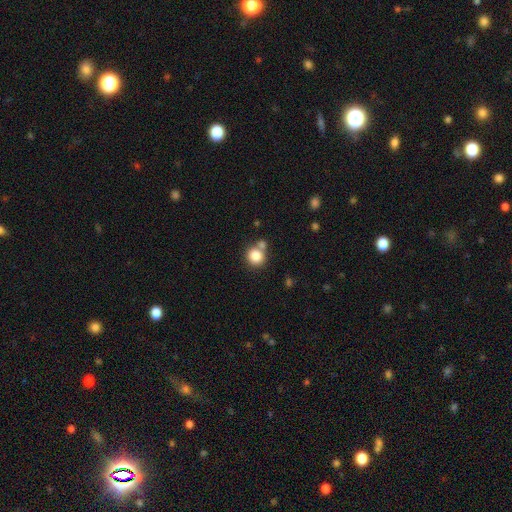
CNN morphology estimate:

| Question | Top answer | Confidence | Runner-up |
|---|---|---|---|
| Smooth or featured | smooth | 83% | star or artifact (10%) |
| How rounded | round | 88% | in between (11%) |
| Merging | none | 62% | merger (25%) |